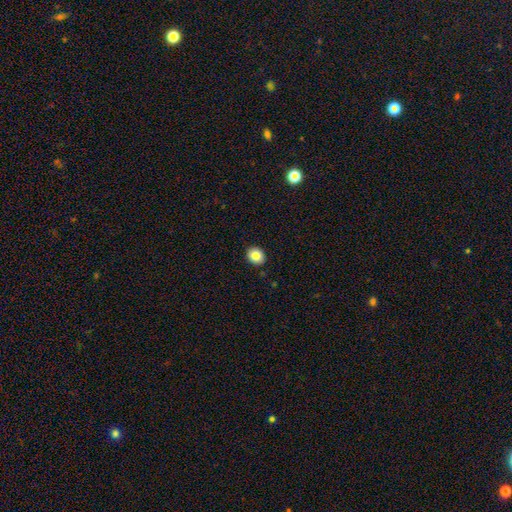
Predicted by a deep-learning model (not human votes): The model was most divided on "how rounded": round: 64%, in between: 36%, cigar-shaped: 1%. More confident: merging — none (91%); smooth or featured — smooth (83%).